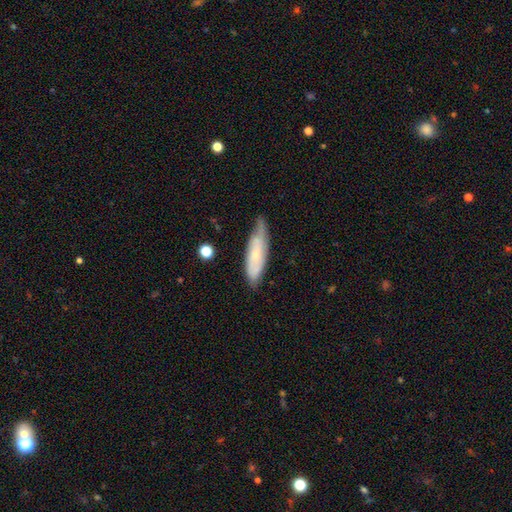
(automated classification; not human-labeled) Smooth or featured: featured or disk — 54% (smooth — 40%)
Edge-on disk: no — 72% (yes — 28%)
Merging: none — 61% (minor disturbance — 29%)